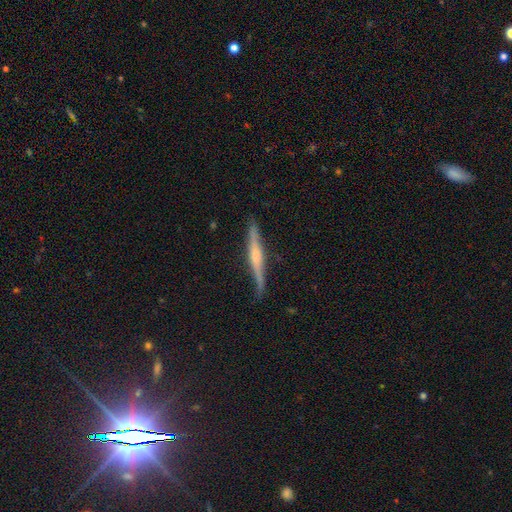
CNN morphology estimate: featured or disk 71%, smooth 23%, star or artifact 6%. Down the decision tree: edge-on disk — yes (97%); edge-on bulge — rounded (60%); merging — none (81%).